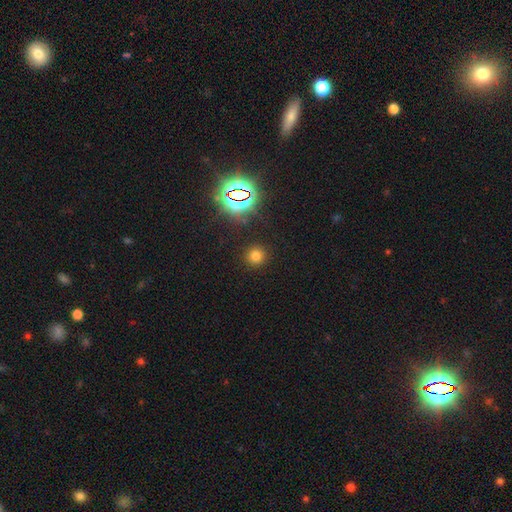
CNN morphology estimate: type=smooth (71%); roundness=round (93%); merging=none (90%).